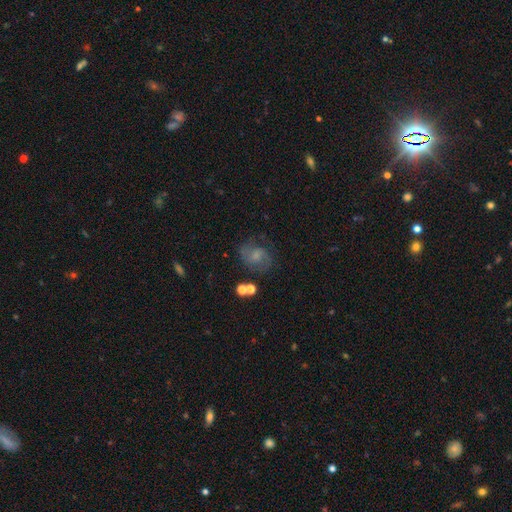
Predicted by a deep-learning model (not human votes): Smooth or featured?
  - featured or disk: 50% *
  - smooth: 36%
  - star or artifact: 14%
Edge-on disk?
  - no: 97% *
  - yes: 3%
Merging?
  - none: 63% *
  - minor disturbance: 21%
  - major disturbance: 12%
  - merger: 4%